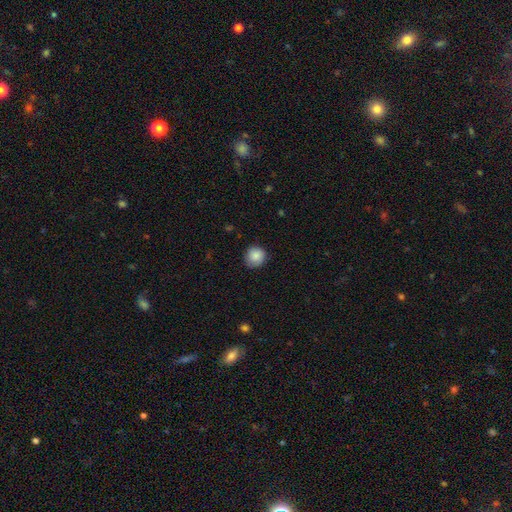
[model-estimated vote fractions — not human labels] Q: Smooth or featured?
A: smooth (87%); runner-up: star or artifact (8%)
Q: How rounded?
A: round (90%); runner-up: in between (9%)
Q: Merging?
A: none (81%); runner-up: minor disturbance (16%)